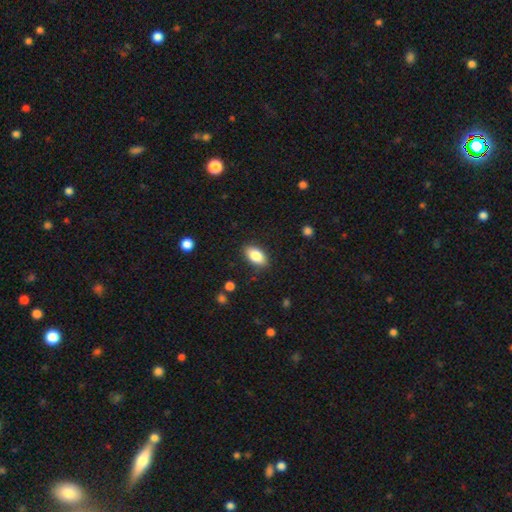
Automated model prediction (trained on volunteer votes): Smooth or featured?
  - smooth: 84% *
  - featured or disk: 9%
  - star or artifact: 7%
How rounded?
  - in between: 92% *
  - round: 5%
  - cigar-shaped: 4%
Merging?
  - none: 86% *
  - minor disturbance: 10%
  - major disturbance: 3%
  - merger: 1%